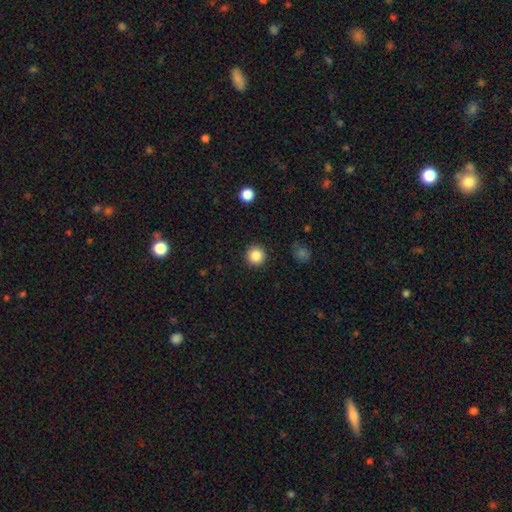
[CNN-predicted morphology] smooth-or-featured: smooth: 86% | star or artifact: 10% | featured or disk: 4%
  how-rounded: round: 95% | in between: 4% | cigar-shaped: 1%
  merging: none: 91% | minor disturbance: 6% | major disturbance: 2% | merger: 1%